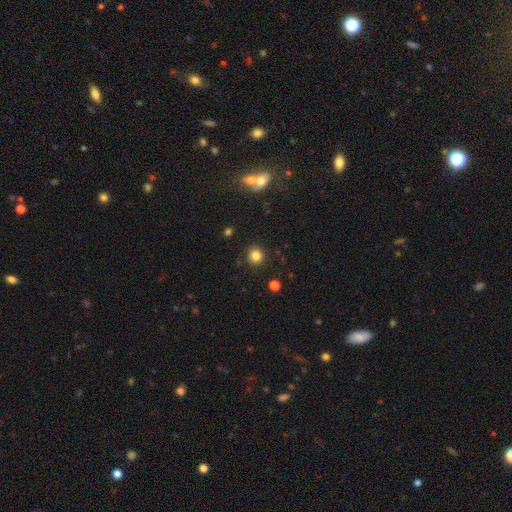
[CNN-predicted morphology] Smooth or featured: smooth — 83% (star or artifact — 12%)
How rounded: round — 88% (in between — 12%)
Merging: none — 89% (minor disturbance — 7%)